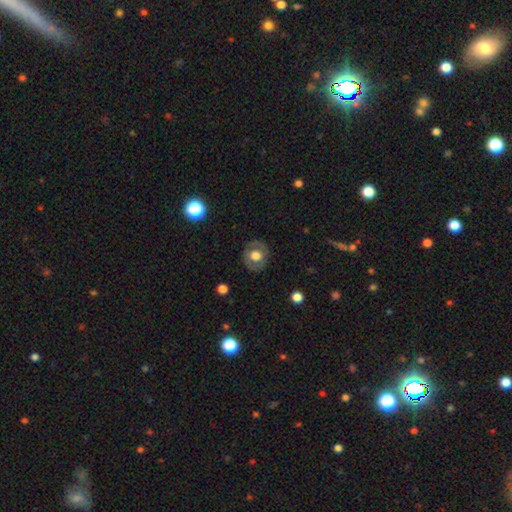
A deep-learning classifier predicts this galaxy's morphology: The model was most divided on "smooth or featured": smooth: 57%, featured or disk: 34%, star or artifact: 8%. More confident: merging — none (82%); how rounded — round (77%).